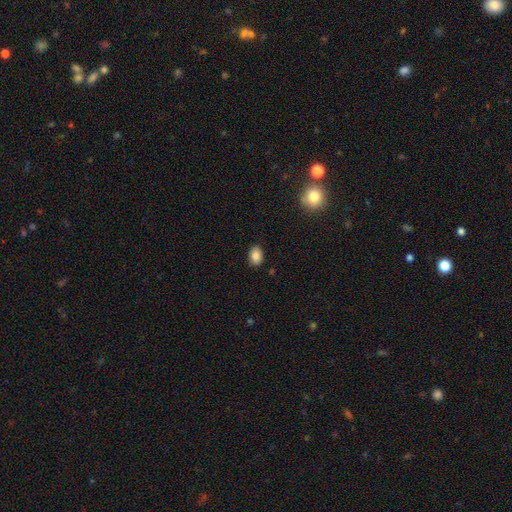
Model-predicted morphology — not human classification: Smooth or featured: smooth — 86% (star or artifact — 9%)
How rounded: in between — 80% (round — 19%)
Merging: none — 88% (minor disturbance — 9%)